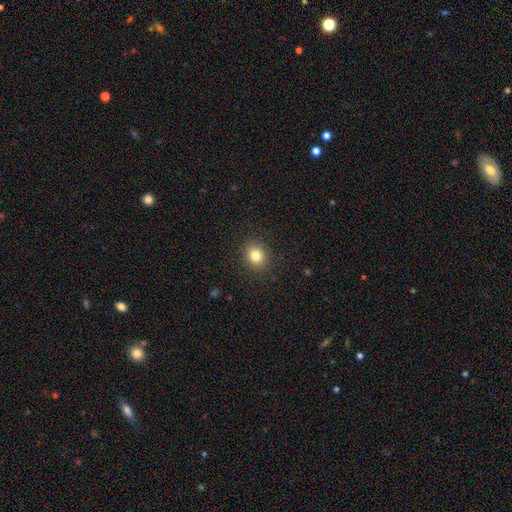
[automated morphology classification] Smooth or featured? Predicted: smooth (p=0.82). How rounded? Predicted: round (p=0.78). Merging? Predicted: none (p=0.90).